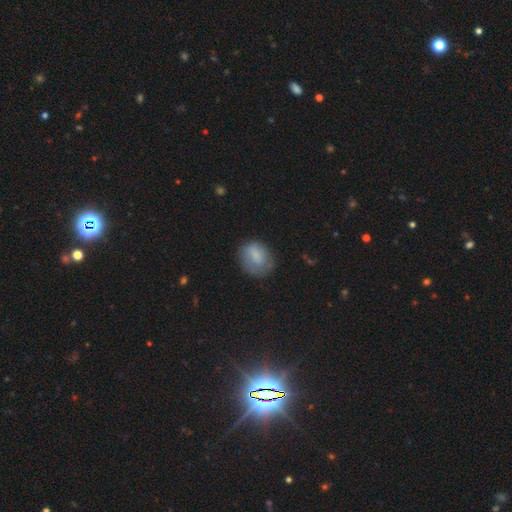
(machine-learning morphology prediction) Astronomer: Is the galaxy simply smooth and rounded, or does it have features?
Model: smooth — 76%.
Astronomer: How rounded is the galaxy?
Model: round — 50% (runner-up: in between, 49%).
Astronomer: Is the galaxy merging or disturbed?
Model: none — 62%.